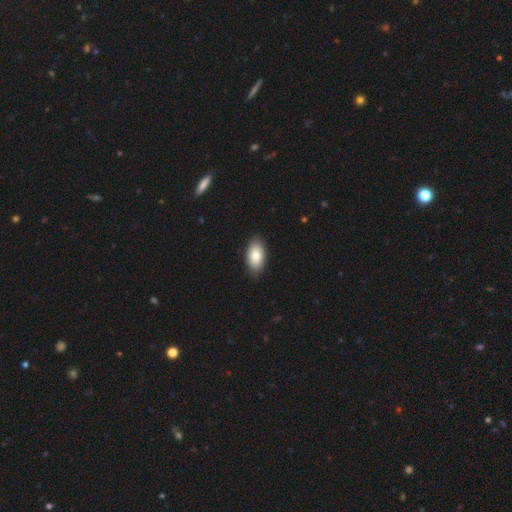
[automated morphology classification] Smooth or featured: smooth — 84% (featured or disk — 10%)
How rounded: in between — 94% (round — 3%)
Merging: none — 88% (minor disturbance — 10%)